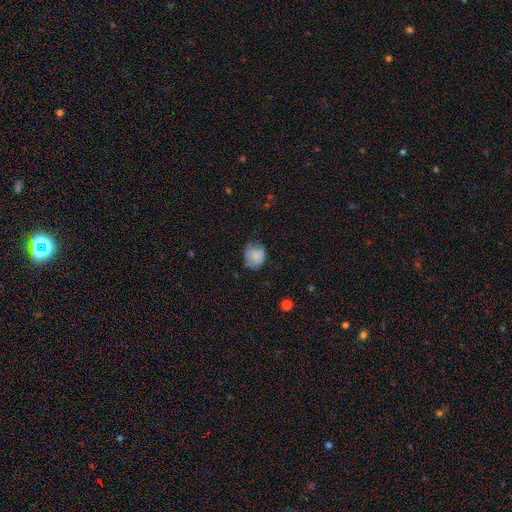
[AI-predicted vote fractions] This is likely a smooth galaxy (79%). How rounded: likely round (71%). Merging: likely none (62%).